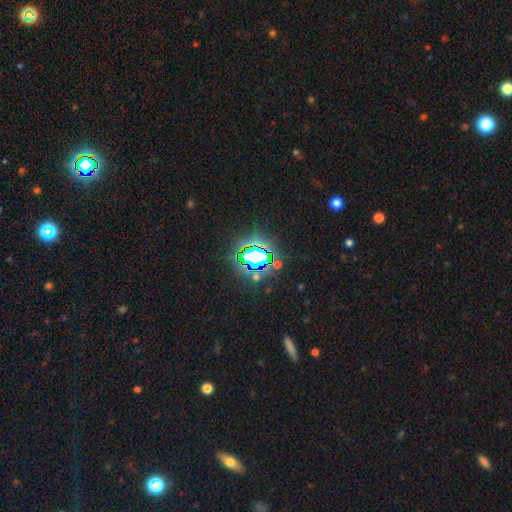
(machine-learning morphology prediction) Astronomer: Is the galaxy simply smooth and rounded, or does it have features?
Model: star or artifact — 74%.